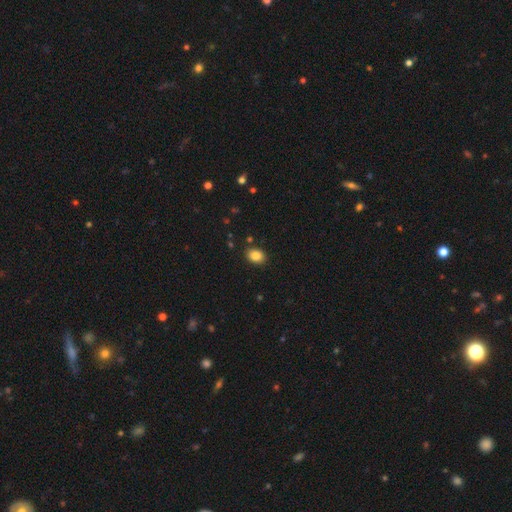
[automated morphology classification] smooth_or_featured: smooth (p=0.86) [alt: star or artifact p=0.09]
how_rounded: in between (p=0.66) [alt: round p=0.33]
merging: none (p=0.87) [alt: minor disturbance p=0.09]